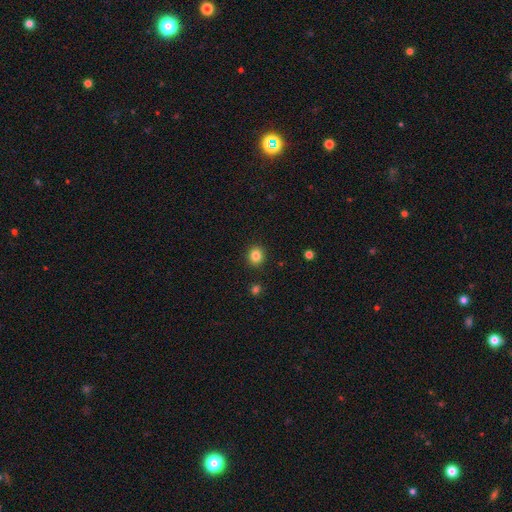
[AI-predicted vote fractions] Smooth or featured?
  - smooth: 83% *
  - star or artifact: 11%
  - featured or disk: 5%
How rounded?
  - round: 80% *
  - in between: 19%
  - cigar-shaped: 1%
Merging?
  - none: 91% *
  - minor disturbance: 6%
  - major disturbance: 2%
  - merger: 2%